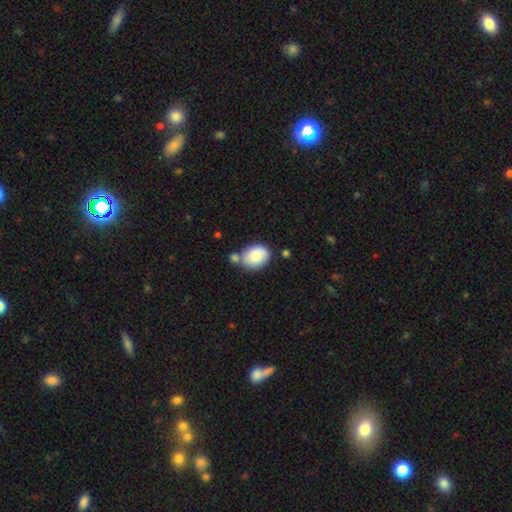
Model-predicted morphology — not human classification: smooth_or_featured: smooth (p=0.83) [alt: featured or disk p=0.11]
how_rounded: in between (p=0.65) [alt: round p=0.34]
merging: none (p=0.52) [alt: merger p=0.23]